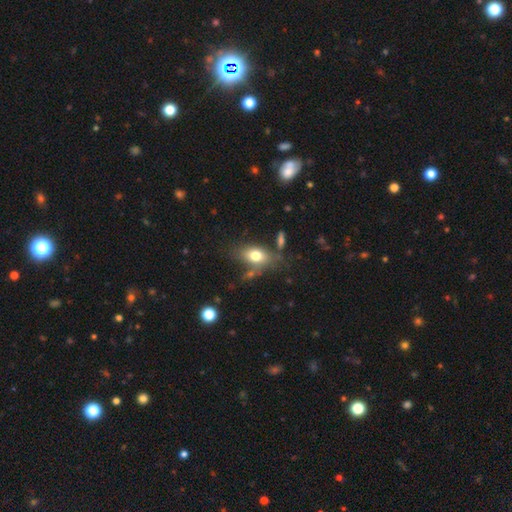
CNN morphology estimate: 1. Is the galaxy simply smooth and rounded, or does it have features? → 74% smooth, 17% featured or disk, 9% star or artifact.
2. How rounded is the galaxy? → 83% in between, 13% round, 4% cigar-shaped.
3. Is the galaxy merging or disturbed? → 62% none, 19% minor disturbance, 10% merger, 8% major disturbance.